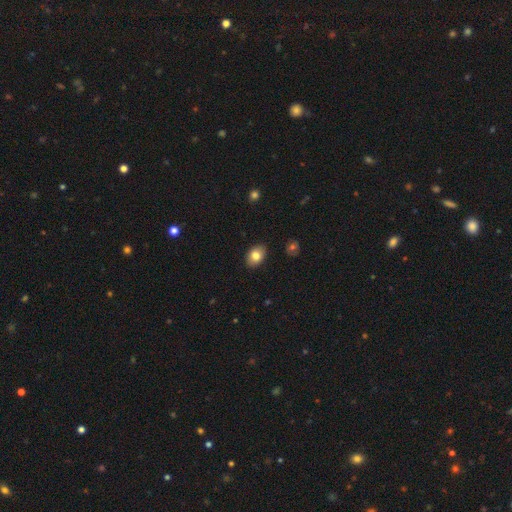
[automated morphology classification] Overall: smooth (81%). How rounded: in between (81%). Merging: none (88%).